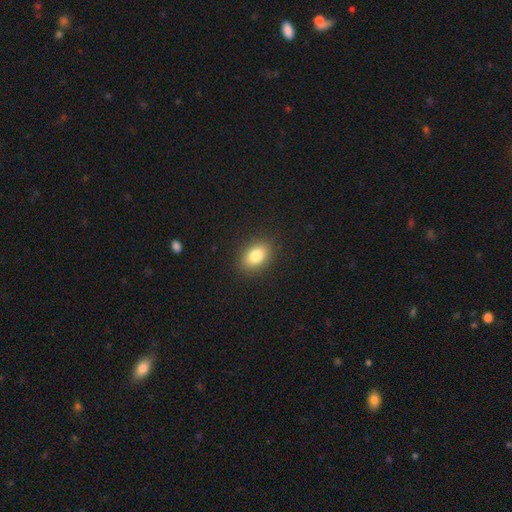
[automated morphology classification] Smooth or featured? Predicted: smooth (p=0.83). How rounded? Predicted: in between (p=0.82). Merging? Predicted: none (p=0.89).